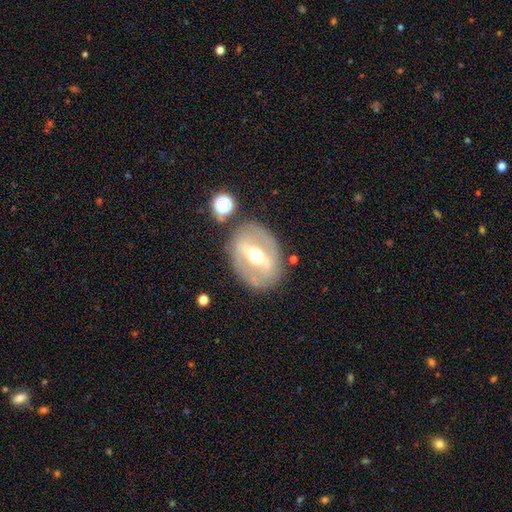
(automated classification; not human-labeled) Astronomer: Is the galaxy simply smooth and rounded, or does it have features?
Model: featured or disk — 72%.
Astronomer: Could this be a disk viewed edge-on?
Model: no — 86%.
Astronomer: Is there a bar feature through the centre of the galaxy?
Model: strong — 62%.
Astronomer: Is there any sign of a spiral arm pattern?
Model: no — 74%.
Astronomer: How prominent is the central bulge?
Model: moderate — 73%.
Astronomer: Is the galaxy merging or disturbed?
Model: none — 79%.